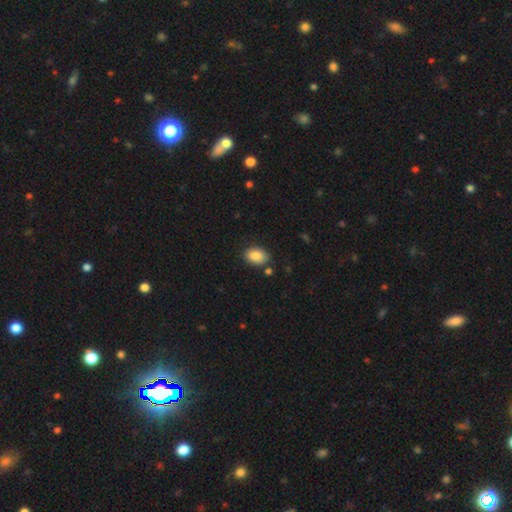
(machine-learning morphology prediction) Smooth or featured: smooth — 87% (star or artifact — 7%)
How rounded: in between — 86% (round — 13%)
Merging: none — 82% (minor disturbance — 12%)